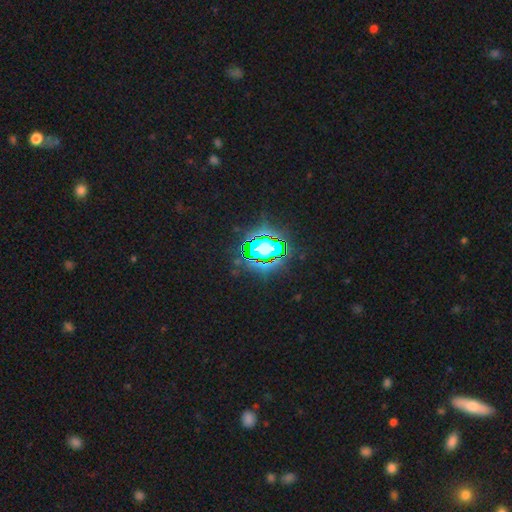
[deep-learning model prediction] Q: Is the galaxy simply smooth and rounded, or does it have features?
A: star or artifact — 74%.